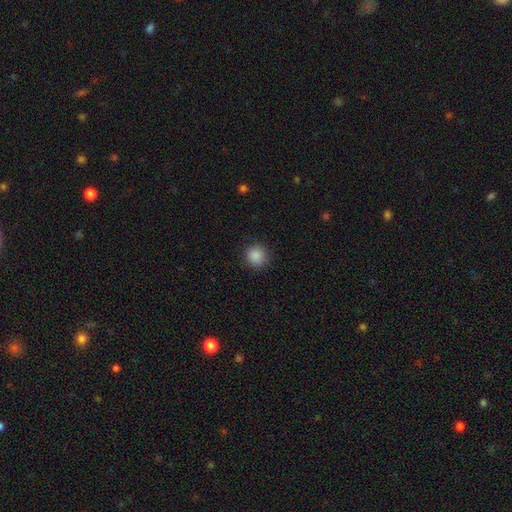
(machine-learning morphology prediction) type=smooth (88%); roundness=round (92%); merging=none (88%).